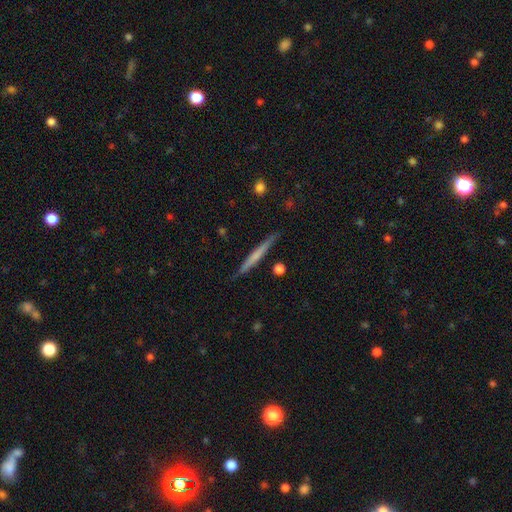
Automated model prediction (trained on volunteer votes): This appears to be a smooth galaxy with no disk features (49%). Merging: none (87%).